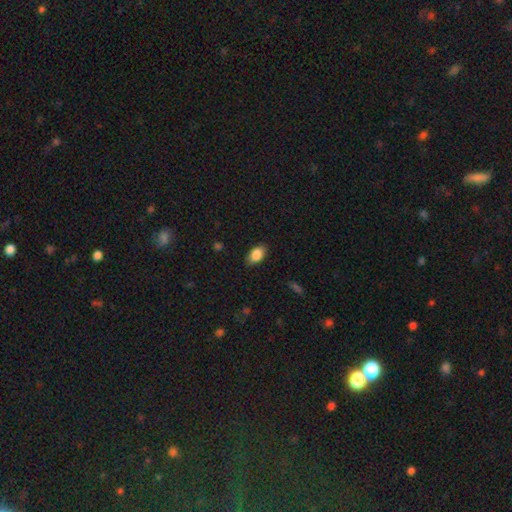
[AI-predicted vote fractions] Smooth or featured?
  - smooth: 86% *
  - star or artifact: 7%
  - featured or disk: 6%
How rounded?
  - in between: 90% *
  - round: 8%
  - cigar-shaped: 2%
Merging?
  - none: 84% *
  - minor disturbance: 12%
  - major disturbance: 3%
  - merger: 1%